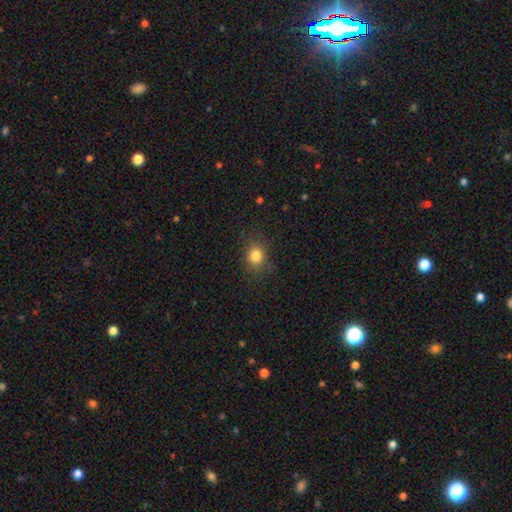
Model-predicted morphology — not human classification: Smooth or featured?
  - smooth: 83% *
  - star or artifact: 12%
  - featured or disk: 5%
How rounded?
  - round: 68% *
  - in between: 31%
  - cigar-shaped: 1%
Merging?
  - none: 82% *
  - minor disturbance: 12%
  - major disturbance: 4%
  - merger: 1%